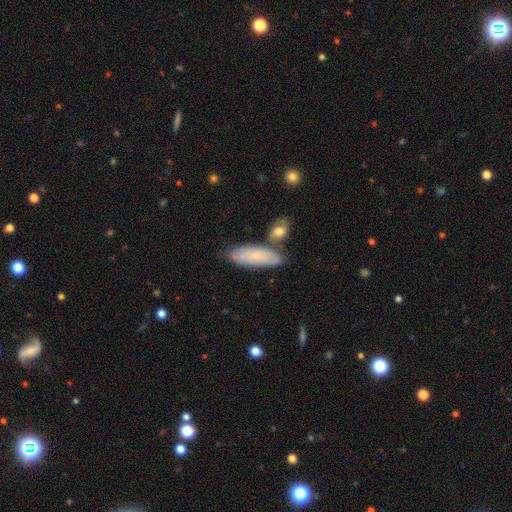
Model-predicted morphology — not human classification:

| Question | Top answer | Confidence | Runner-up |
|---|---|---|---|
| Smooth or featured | smooth | 67% | featured or disk (27%) |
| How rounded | in between | 63% | cigar-shaped (35%) |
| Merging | none | 67% | minor disturbance (18%) |